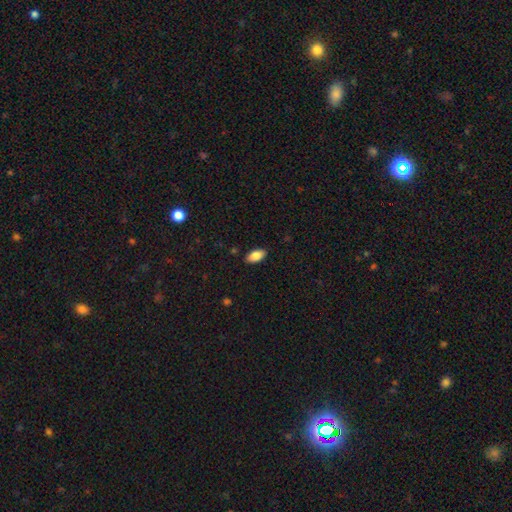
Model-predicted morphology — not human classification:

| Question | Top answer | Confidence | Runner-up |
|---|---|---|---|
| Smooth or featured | smooth | 86% | star or artifact (7%) |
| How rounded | in between | 93% | cigar-shaped (3%) |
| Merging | none | 87% | minor disturbance (9%) |